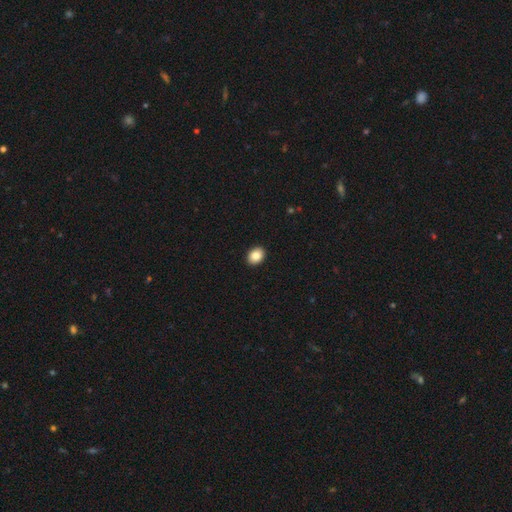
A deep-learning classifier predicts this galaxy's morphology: This appears to be a smooth galaxy with no disk features (86%) that is in between round and cigar-shaped (65%). Merging: none (92%).